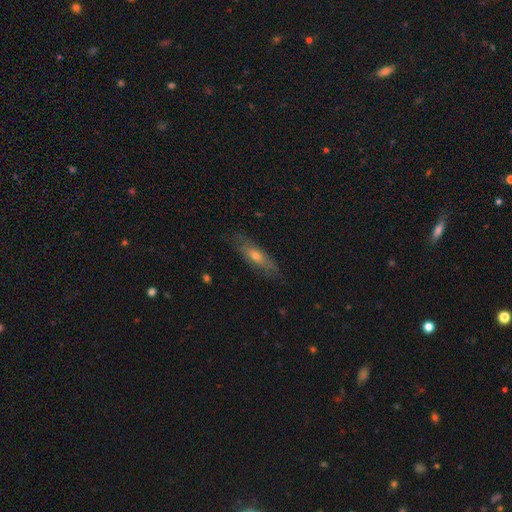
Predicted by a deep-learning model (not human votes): smooth-or-featured: featured or disk: 48% | smooth: 44% | star or artifact: 8%
  merging: none: 78% | minor disturbance: 17% | major disturbance: 4% | merger: 1%